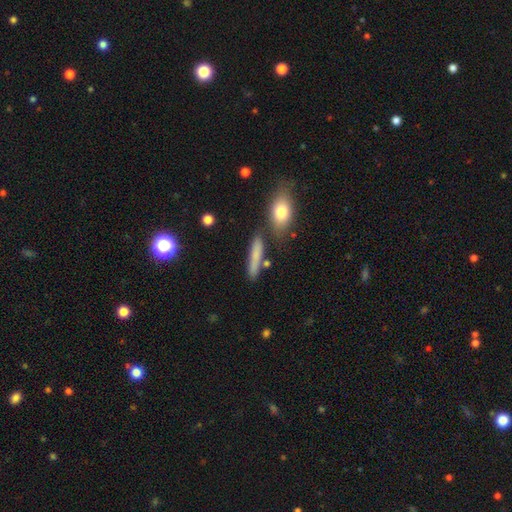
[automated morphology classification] smooth_or_featured: smooth (p=0.73) [alt: featured or disk p=0.17]
how_rounded: cigar-shaped (p=0.79) [alt: in between p=0.17]
merging: none (p=0.74) [alt: minor disturbance p=0.13]